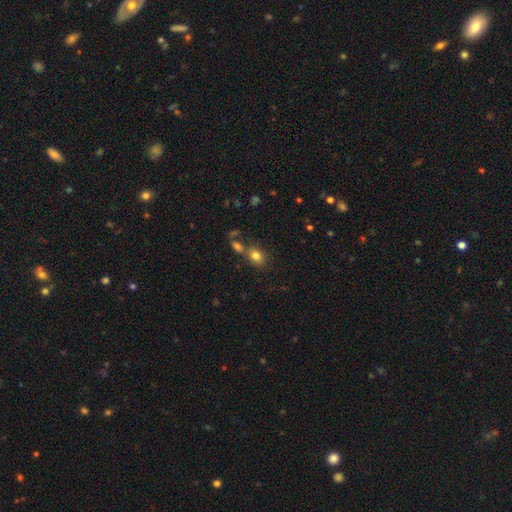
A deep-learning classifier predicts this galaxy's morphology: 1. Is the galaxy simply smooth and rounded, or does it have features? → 80% smooth, 11% star or artifact, 8% featured or disk.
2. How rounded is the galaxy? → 62% in between, 37% round, 2% cigar-shaped.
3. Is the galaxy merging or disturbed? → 59% none, 24% merger, 12% minor disturbance, 5% major disturbance.